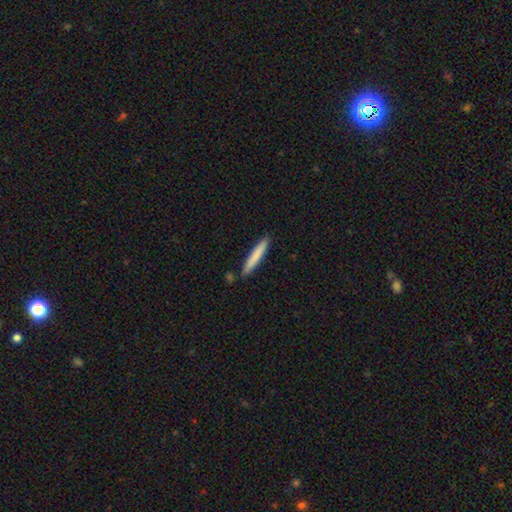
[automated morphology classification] Smooth or featured? Predicted: smooth (p=0.79). How rounded? Predicted: cigar-shaped (p=0.95). Merging? Predicted: none (p=0.87).